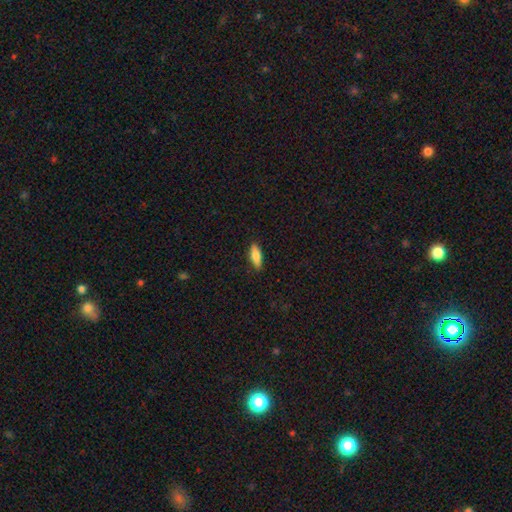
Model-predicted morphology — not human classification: Smooth or featured?
  - smooth: 77% *
  - featured or disk: 17%
  - star or artifact: 6%
How rounded?
  - in between: 53% *
  - cigar-shaped: 45%
  - round: 2%
Merging?
  - none: 89% *
  - minor disturbance: 8%
  - major disturbance: 2%
  - merger: 1%